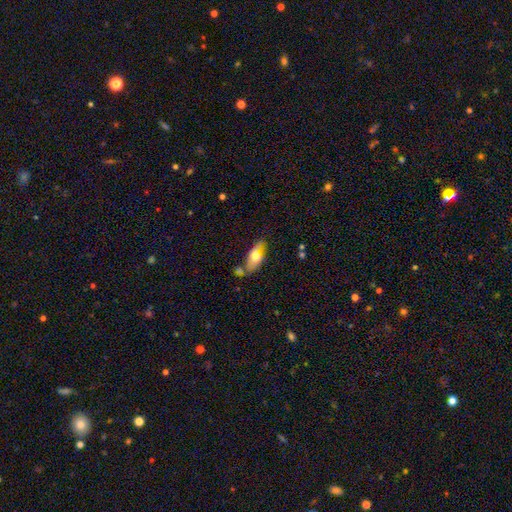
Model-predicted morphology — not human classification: smooth 57%, featured or disk 37%, star or artifact 7%. Down the decision tree: how rounded — in between (78%); merging — none (59%).